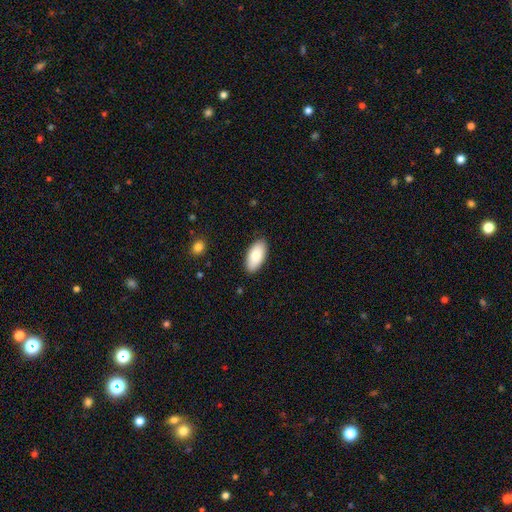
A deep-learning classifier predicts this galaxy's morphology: Smooth or featured? smooth (85%)
How rounded? in between (93%)
Merging? none (87%)